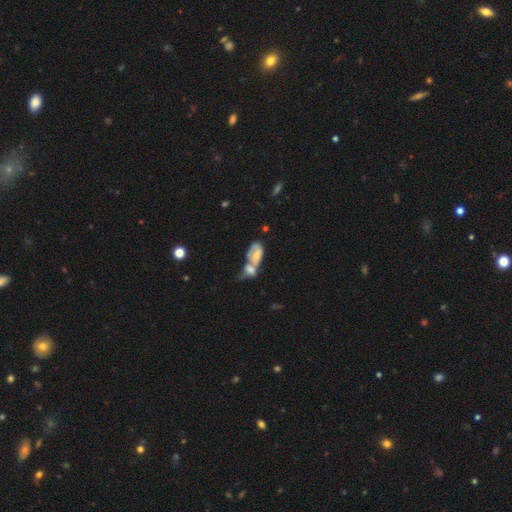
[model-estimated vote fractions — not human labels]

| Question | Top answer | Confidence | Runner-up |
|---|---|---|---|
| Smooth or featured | smooth | 51% | featured or disk (40%) |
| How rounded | in between | 89% | round (6%) |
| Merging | merger | 74% | none (11%) |